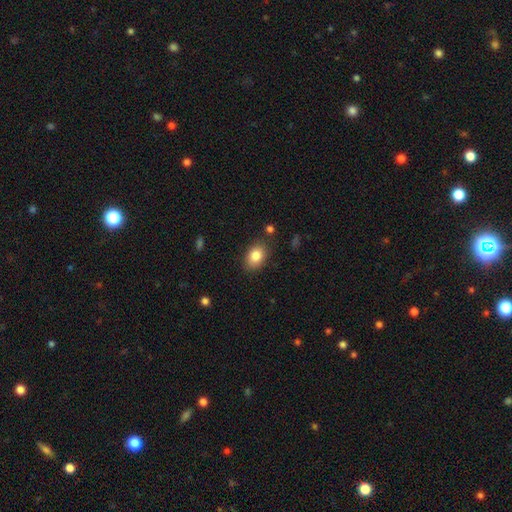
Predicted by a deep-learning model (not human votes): Morphology: type=smooth (84%); roundness=in between (81%); merging=none (83%).